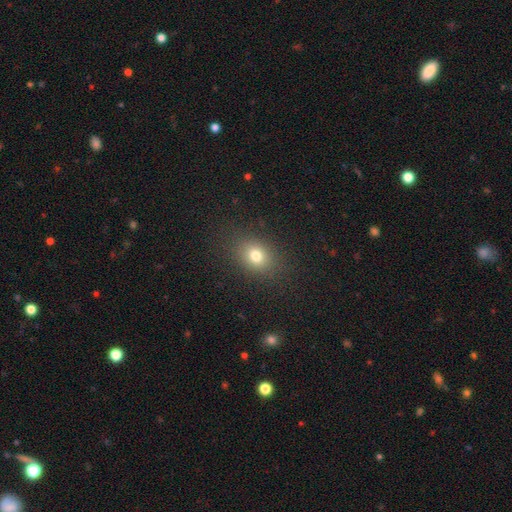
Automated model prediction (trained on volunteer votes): Smooth or featured? smooth (76%)
How rounded? in between (54%)
Merging? none (85%)